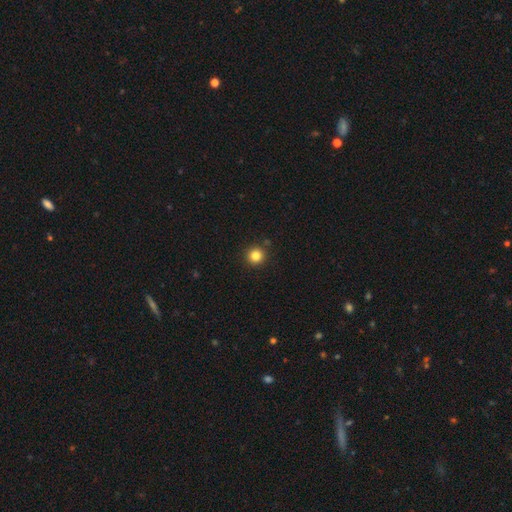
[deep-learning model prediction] A smooth galaxy with no disk features (83%) that is round (95%).

Vote fractions:
- Smooth or featured? smooth: 83% / star or artifact: 12% / featured or disk: 5%
- How rounded? round: 95% / in between: 4% / cigar-shaped: 1%
- Merging? none: 90% / minor disturbance: 6% / merger: 2% / major disturbance: 2%